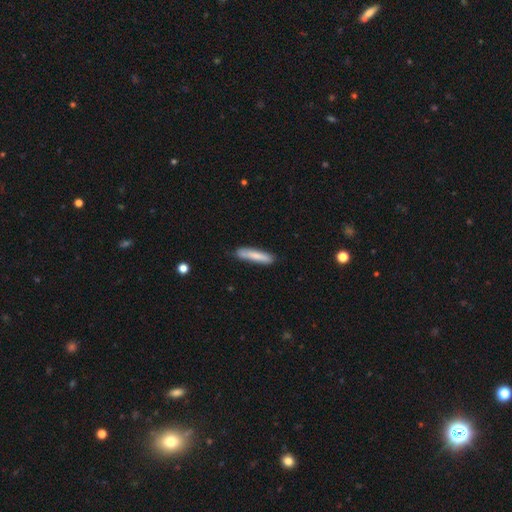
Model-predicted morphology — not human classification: Smooth or featured?
  - smooth: 77% *
  - featured or disk: 17%
  - star or artifact: 6%
How rounded?
  - cigar-shaped: 87% *
  - in between: 12%
  - round: 1%
Merging?
  - none: 80% *
  - minor disturbance: 15%
  - major disturbance: 3%
  - merger: 2%